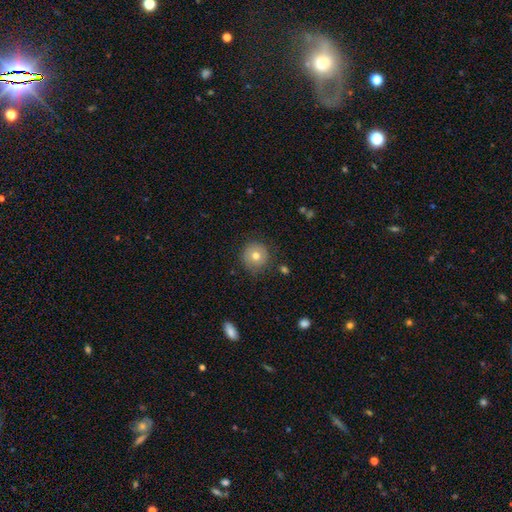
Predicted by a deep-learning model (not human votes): smooth_or_featured: smooth (p=0.73) [alt: featured or disk p=0.17]
how_rounded: round (p=0.93) [alt: in between p=0.06]
merging: none (p=0.83) [alt: minor disturbance p=0.12]